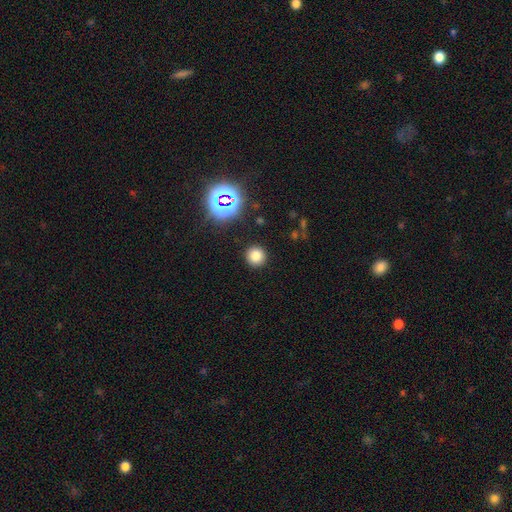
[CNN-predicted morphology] A smooth galaxy with no disk features (78%) that is round (94%).

Vote fractions:
- Smooth or featured? smooth: 78% / star or artifact: 17% / featured or disk: 6%
- How rounded? round: 94% / in between: 5% / cigar-shaped: 1%
- Merging? none: 91% / minor disturbance: 5% / major disturbance: 2% / merger: 1%